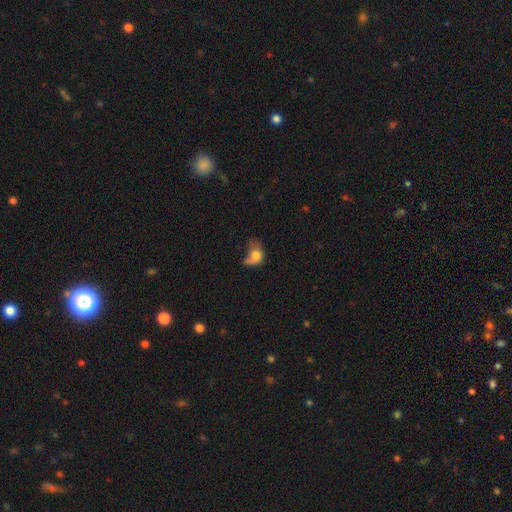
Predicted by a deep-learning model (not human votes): Q: Smooth or featured?
A: smooth (65%); runner-up: featured or disk (25%)
Q: How rounded?
A: in between (67%); runner-up: round (31%)
Q: Merging?
A: major disturbance (45%); runner-up: minor disturbance (21%)